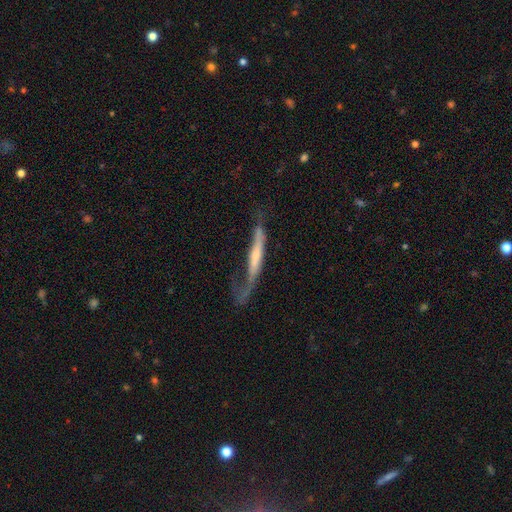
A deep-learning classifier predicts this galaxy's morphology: Overall: featured or disk (55%; smooth 38%). Edge-on disk: yes (69%; no 31%). Merging: major disturbance (45%; none 29%).